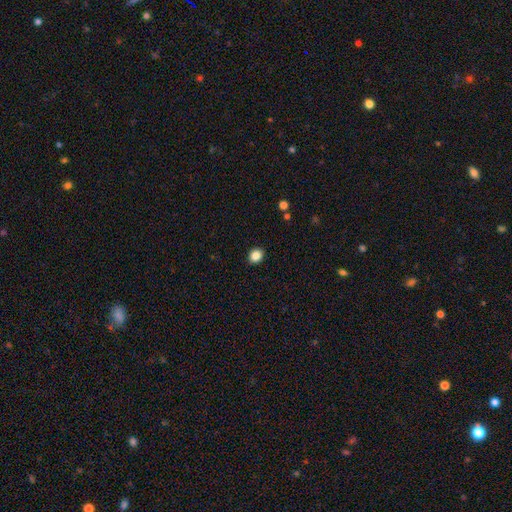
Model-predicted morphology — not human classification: The model was most divided on "how rounded": round: 66%, in between: 33%, cigar-shaped: 1%. More confident: merging — none (91%); smooth or featured — smooth (86%).